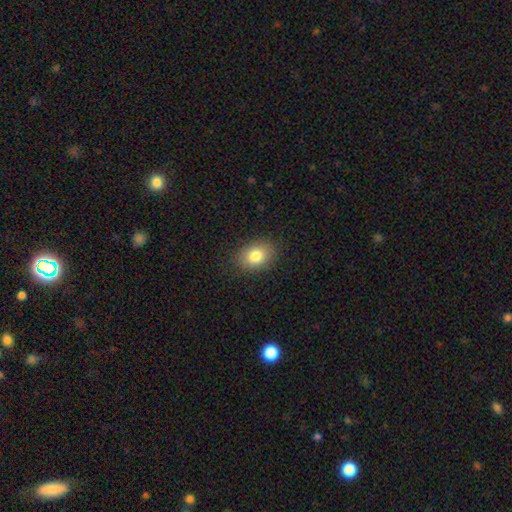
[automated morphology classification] Smooth or featured?
  - smooth: 82% *
  - featured or disk: 9%
  - star or artifact: 9%
How rounded?
  - in between: 72% *
  - round: 27%
  - cigar-shaped: 1%
Merging?
  - none: 86% *
  - minor disturbance: 10%
  - major disturbance: 3%
  - merger: 1%